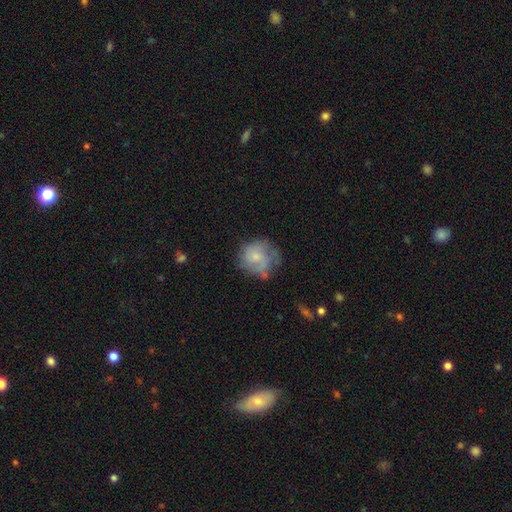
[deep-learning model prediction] Morphology: type=featured or disk (52%); edge-on=no (98%); bar=no (74%); spiral arms=yes (76%); bulge=small (55%); merging=none (55%).